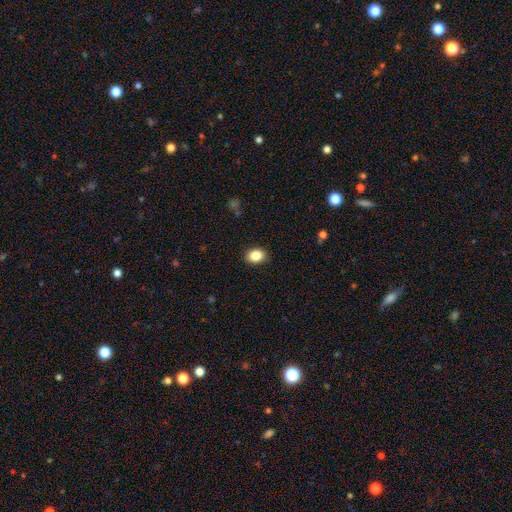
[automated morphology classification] A smooth galaxy with no disk features (86%) that is in between round and cigar-shaped (62%).

Vote fractions:
- Smooth or featured? smooth: 86% / star or artifact: 9% / featured or disk: 5%
- How rounded? in between: 62% / round: 37% / cigar-shaped: 1%
- Merging? none: 88% / minor disturbance: 8% / major disturbance: 2% / merger: 1%